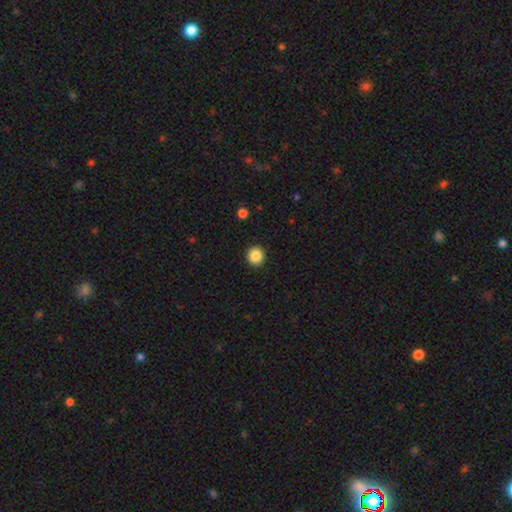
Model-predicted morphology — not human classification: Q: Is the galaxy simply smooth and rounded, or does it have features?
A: smooth — 87%.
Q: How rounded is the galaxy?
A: round — 93%.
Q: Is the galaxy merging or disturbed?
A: none — 93%.